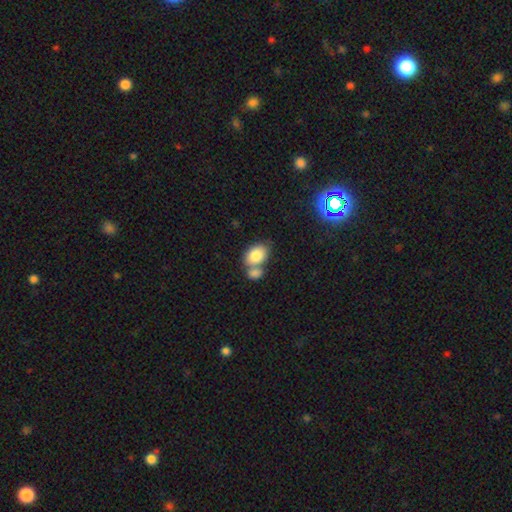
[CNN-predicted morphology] Q: Smooth or featured?
A: smooth (82%); runner-up: featured or disk (11%)
Q: How rounded?
A: in between (82%); runner-up: round (16%)
Q: Merging?
A: merger (48%); runner-up: none (37%)